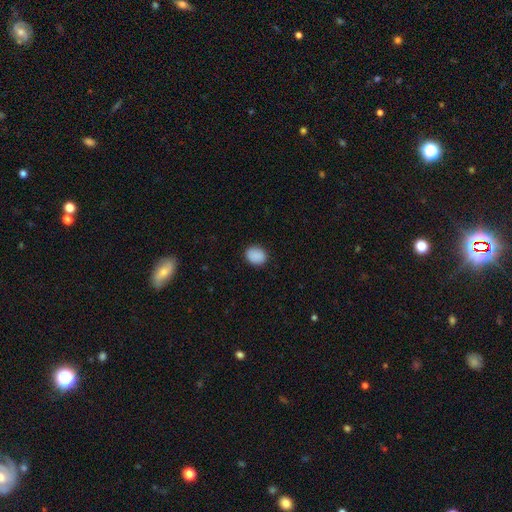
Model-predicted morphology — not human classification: type=smooth (89%); roundness=round (52%); merging=none (88%).